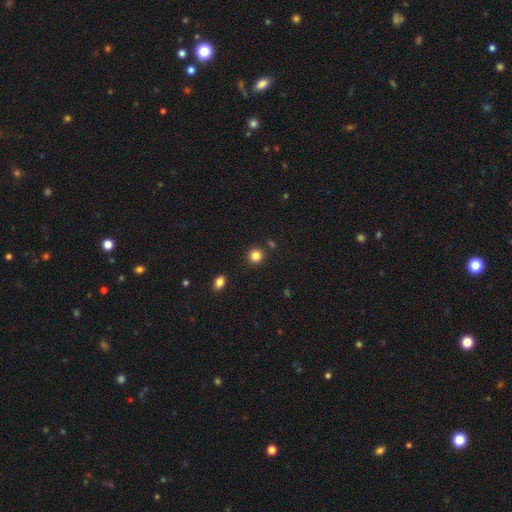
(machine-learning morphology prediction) type=smooth (85%); roundness=round (92%); merging=none (88%).